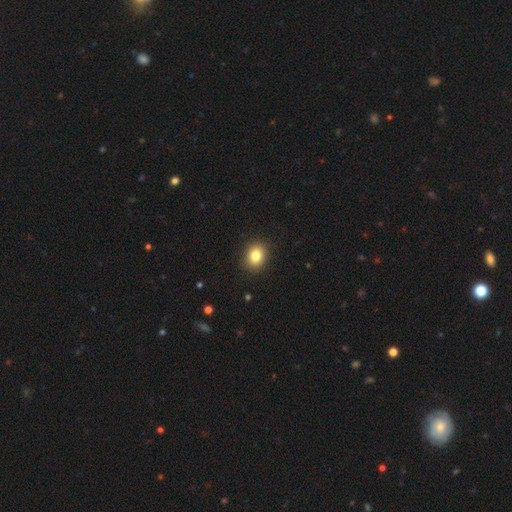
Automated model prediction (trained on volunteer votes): The model was most divided on "how rounded": round: 55%, in between: 44%, cigar-shaped: 1%. More confident: merging — none (89%); smooth or featured — smooth (83%).